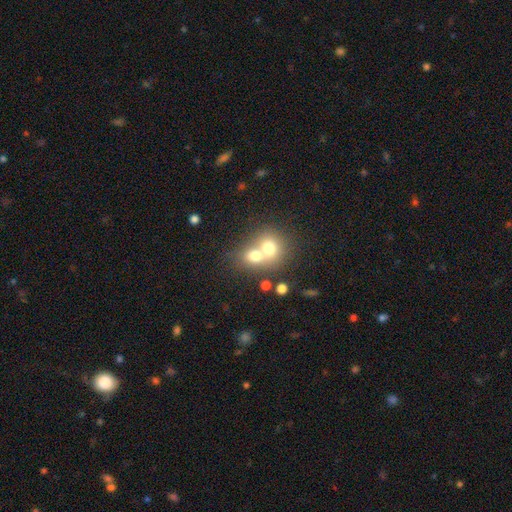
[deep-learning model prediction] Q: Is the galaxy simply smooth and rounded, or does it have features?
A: smooth — 69%.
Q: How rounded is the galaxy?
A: round — 68%.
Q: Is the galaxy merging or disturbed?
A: merger — 67%.